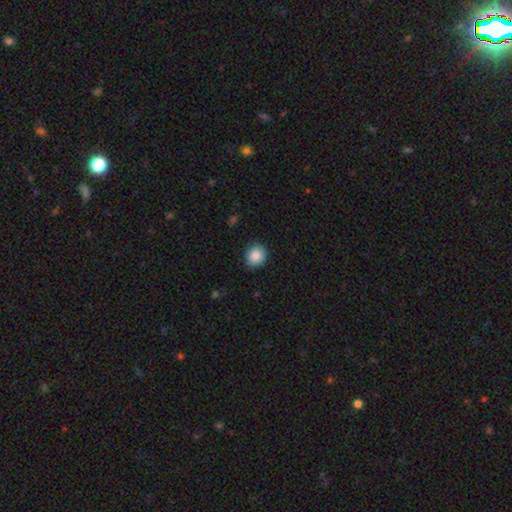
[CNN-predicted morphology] Smooth or featured?
  - smooth: 87% *
  - star or artifact: 8%
  - featured or disk: 5%
How rounded?
  - round: 76% *
  - in between: 23%
  - cigar-shaped: 1%
Merging?
  - none: 87% *
  - minor disturbance: 10%
  - major disturbance: 2%
  - merger: 1%